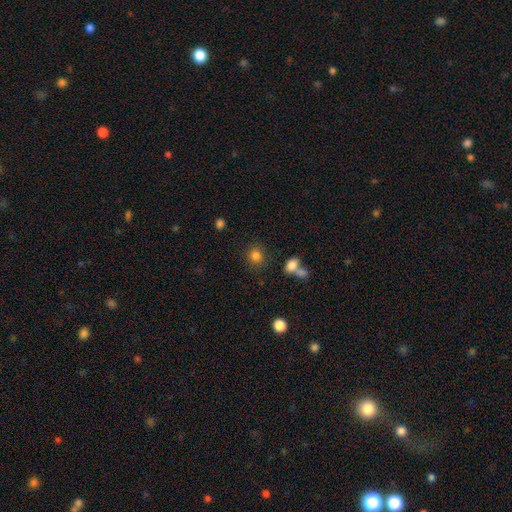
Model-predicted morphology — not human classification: A smooth galaxy with no disk features (83%) that is round (76%). Merging: none (80%).